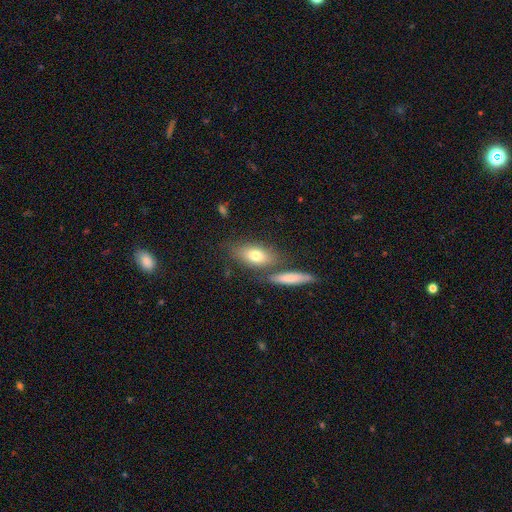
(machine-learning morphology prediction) Overall: smooth (74%). How rounded: in between (79%). Merging: none (62%).